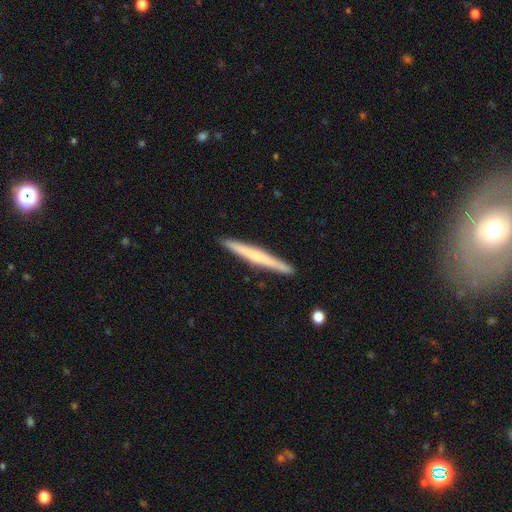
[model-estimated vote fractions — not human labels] A featured or disk galaxy (52%) viewed edge-on (96%). Merging: none (90%).